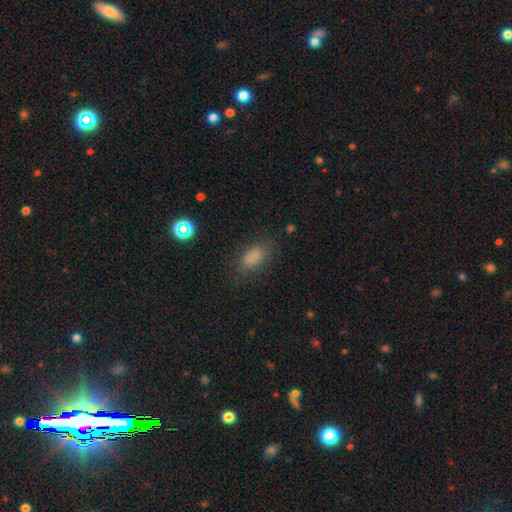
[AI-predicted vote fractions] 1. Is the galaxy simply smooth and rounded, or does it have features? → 80% smooth, 14% star or artifact, 6% featured or disk.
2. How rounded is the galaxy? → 85% in between, 9% round, 5% cigar-shaped.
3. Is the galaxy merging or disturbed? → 80% none, 14% minor disturbance, 5% major disturbance, 1% merger.